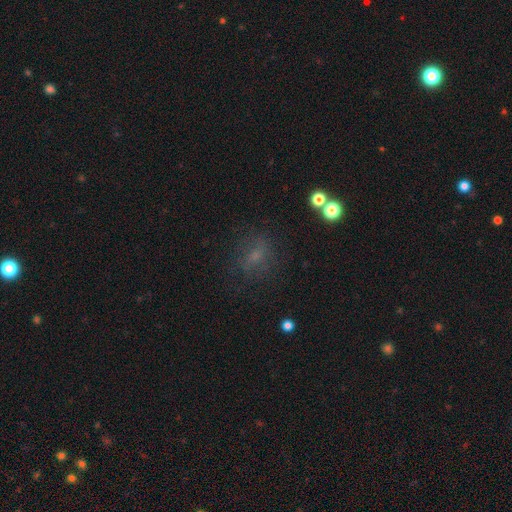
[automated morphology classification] Q: Smooth or featured?
A: smooth (52%); runner-up: star or artifact (25%)
Q: How rounded?
A: round (56%); runner-up: in between (40%)
Q: Merging?
A: none (70%); runner-up: minor disturbance (16%)